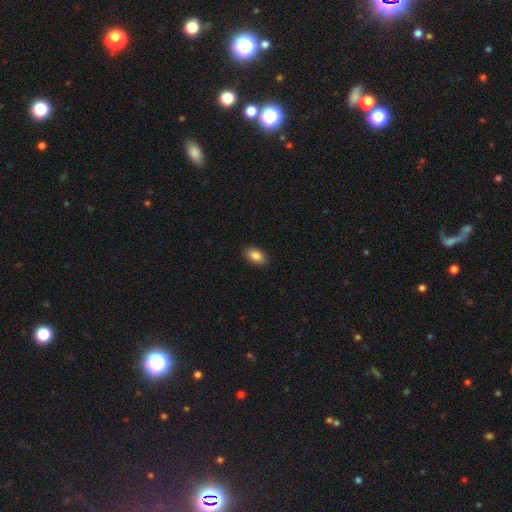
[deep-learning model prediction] Smooth or featured: smooth — 86% (star or artifact — 7%)
How rounded: in between — 92% (round — 6%)
Merging: none — 89% (minor disturbance — 8%)